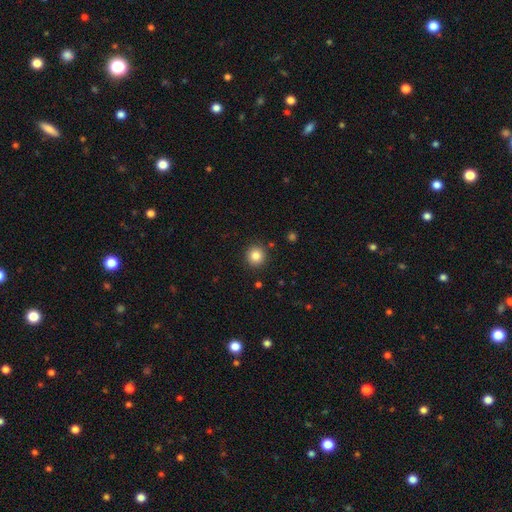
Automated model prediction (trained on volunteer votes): smooth_or_featured: smooth (p=0.85) [alt: star or artifact p=0.10]
how_rounded: round (p=0.93) [alt: in between p=0.06]
merging: none (p=0.90) [alt: minor disturbance p=0.06]